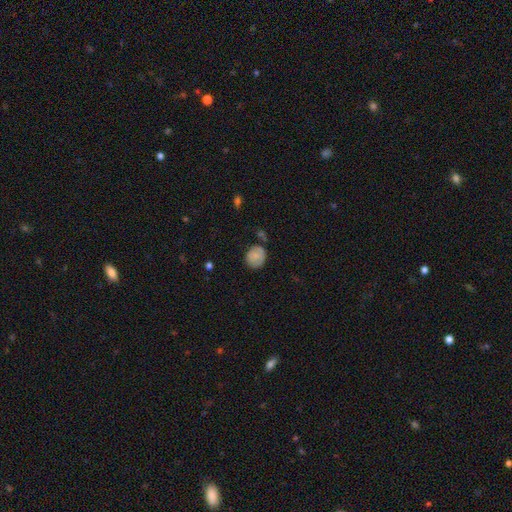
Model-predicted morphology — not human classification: Overall: smooth (77%). How rounded: round (77%). Merging: none (66%).